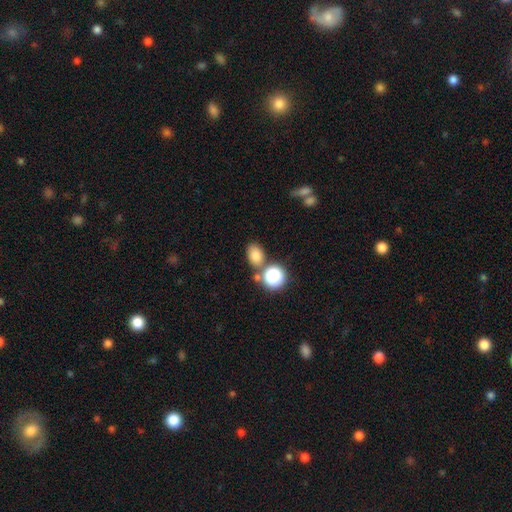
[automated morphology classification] smooth 77%, star or artifact 16%, featured or disk 7%. Down the decision tree: how rounded — in between (69%); merging — none (68%).